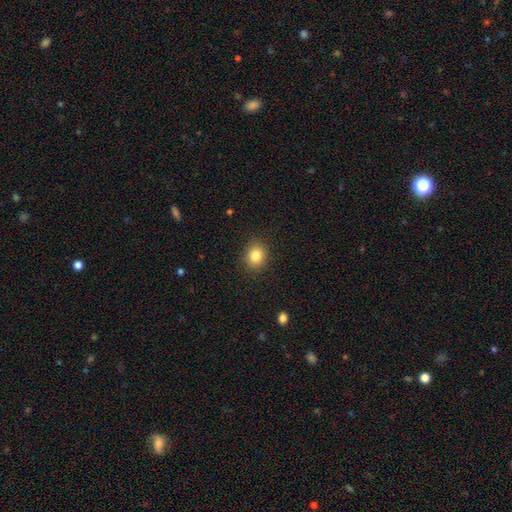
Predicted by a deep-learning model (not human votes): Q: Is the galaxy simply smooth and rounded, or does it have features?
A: smooth — 83%.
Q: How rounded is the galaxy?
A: round — 69%.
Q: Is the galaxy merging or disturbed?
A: none — 88%.